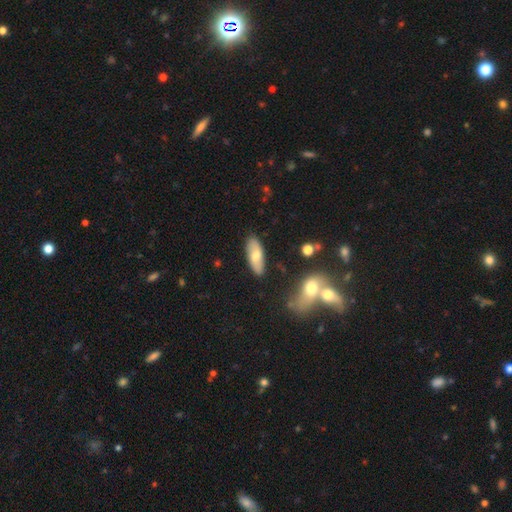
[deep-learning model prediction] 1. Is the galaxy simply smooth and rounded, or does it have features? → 64% smooth, 30% featured or disk, 7% star or artifact.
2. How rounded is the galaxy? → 73% in between, 24% cigar-shaped, 3% round.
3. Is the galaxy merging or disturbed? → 84% none, 11% minor disturbance, 3% merger, 2% major disturbance.